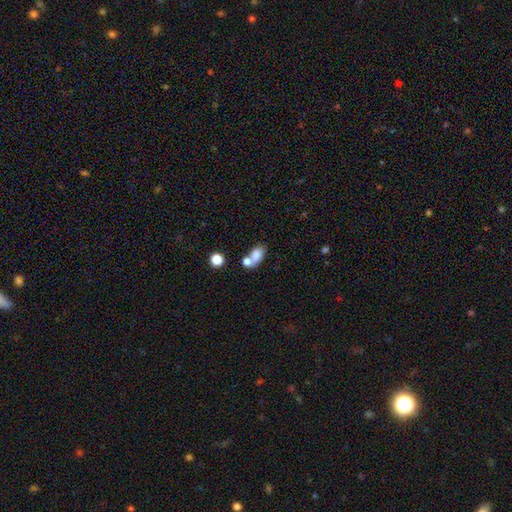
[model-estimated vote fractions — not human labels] Smooth or featured? smooth (77%)
How rounded? in between (84%)
Merging? merger (43%)